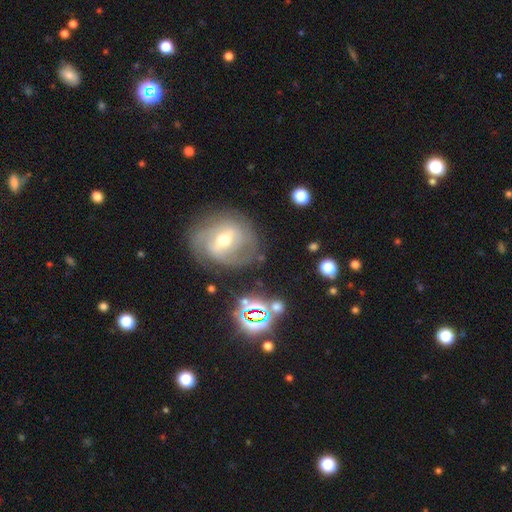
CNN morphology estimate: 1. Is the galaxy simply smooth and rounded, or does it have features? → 69% featured or disk, 17% smooth, 14% star or artifact.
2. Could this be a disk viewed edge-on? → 95% no, 5% yes.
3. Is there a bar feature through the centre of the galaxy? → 47% weak, 31% strong, 22% no.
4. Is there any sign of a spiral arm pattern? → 85% yes, 15% no.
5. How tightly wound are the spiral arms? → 47% tight, 37% medium, 16% loose.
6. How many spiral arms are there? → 42% 2, 31% can't tell, 14% 3, 6% 1, 4% 4, 3% more than 4.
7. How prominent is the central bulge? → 66% moderate, 27% small, 5% large, 1% none, 1% dominant.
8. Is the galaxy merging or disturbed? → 72% none, 17% minor disturbance, 8% major disturbance, 3% merger.